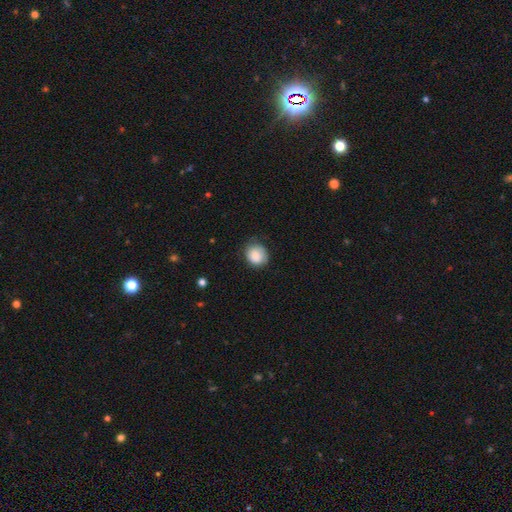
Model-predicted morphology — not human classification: smooth 85%, star or artifact 8%, featured or disk 7%. Down the decision tree: how rounded — round (72%); merging — none (67%).